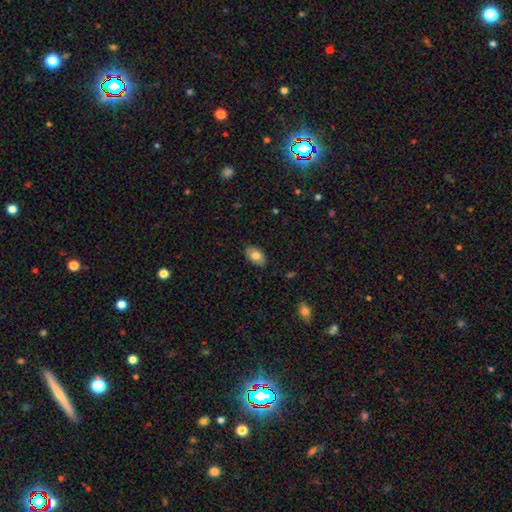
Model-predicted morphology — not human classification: smooth-or-featured: smooth: 77% | featured or disk: 16% | star or artifact: 7%
  how-rounded: in between: 91% | round: 7% | cigar-shaped: 1%
  merging: none: 83% | minor disturbance: 14% | major disturbance: 2% | merger: 1%